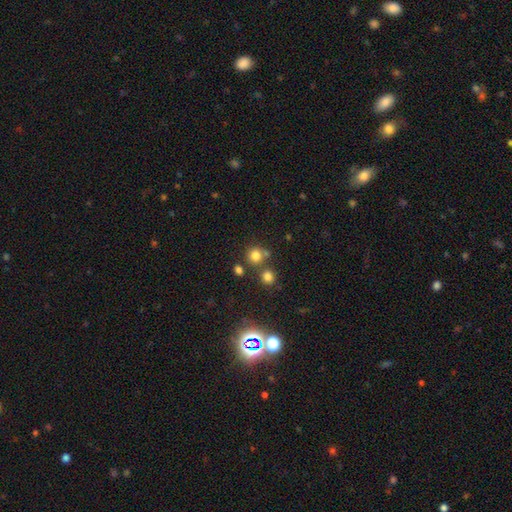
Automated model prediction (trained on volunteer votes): Smooth or featured? smooth (75%)
How rounded? round (90%)
Merging? none (68%)